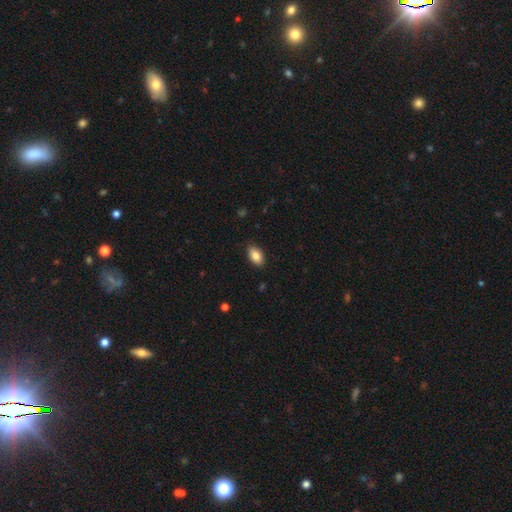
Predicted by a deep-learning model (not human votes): A smooth galaxy with no disk features (86%) that is in between round and cigar-shaped (93%).

Vote fractions:
- Smooth or featured? smooth: 86% / star or artifact: 7% / featured or disk: 7%
- How rounded? in between: 93% / round: 5% / cigar-shaped: 2%
- Merging? none: 87% / minor disturbance: 10% / major disturbance: 2% / merger: 1%